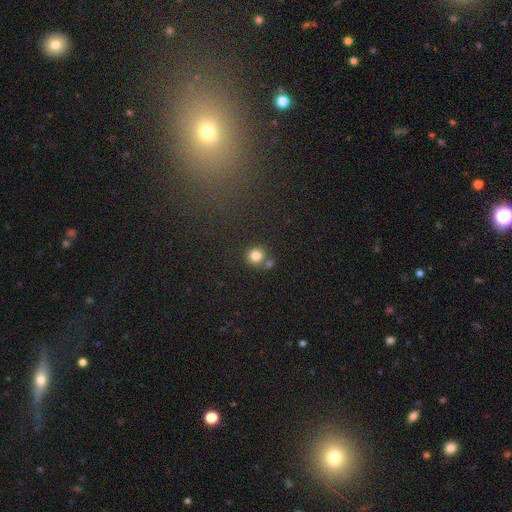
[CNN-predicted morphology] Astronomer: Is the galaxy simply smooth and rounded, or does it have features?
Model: smooth — 82%.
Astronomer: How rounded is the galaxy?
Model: round — 89%.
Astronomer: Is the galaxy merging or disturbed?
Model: none — 66%.